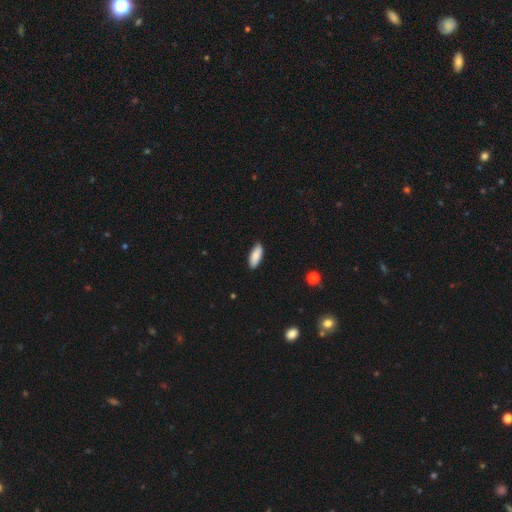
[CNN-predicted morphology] Smooth or featured? Predicted: smooth (p=0.87). How rounded? Predicted: in between (p=0.77). Merging? Predicted: none (p=0.87).